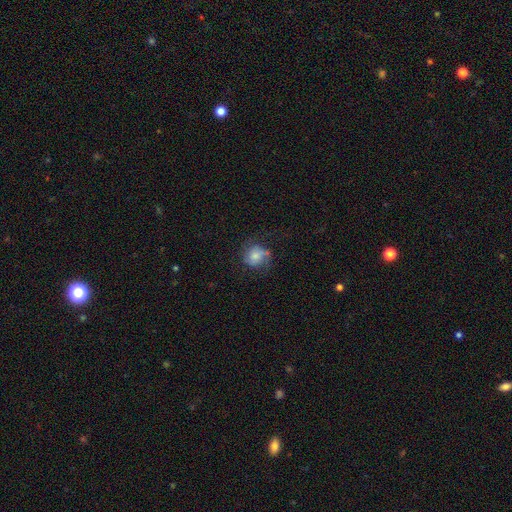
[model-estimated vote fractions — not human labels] smooth 50%, featured or disk 40%, star or artifact 10%. Down the decision tree: merging — none (56%).